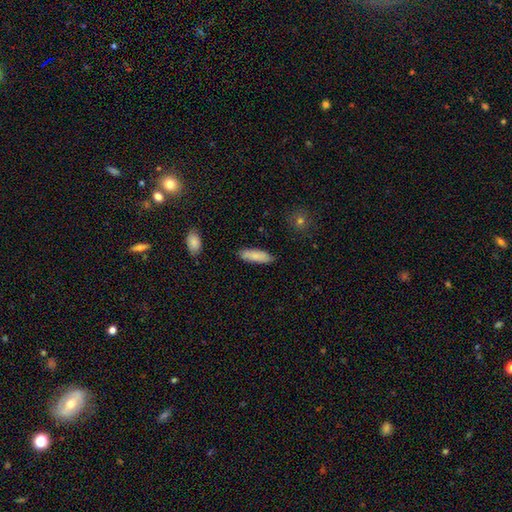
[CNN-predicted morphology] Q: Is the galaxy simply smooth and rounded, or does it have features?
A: smooth — 84%.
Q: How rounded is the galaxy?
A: cigar-shaped — 49%, tied with in between.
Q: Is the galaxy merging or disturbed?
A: none — 84%.